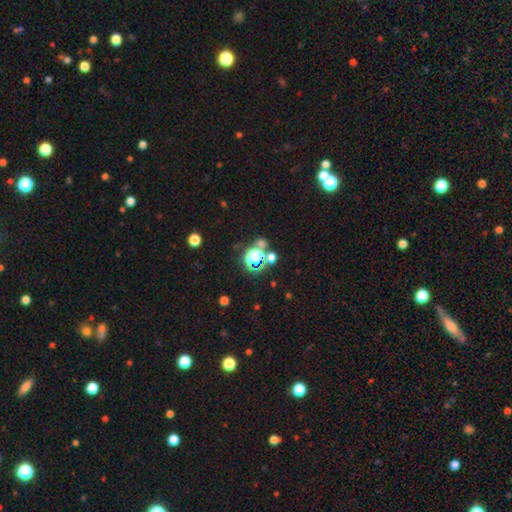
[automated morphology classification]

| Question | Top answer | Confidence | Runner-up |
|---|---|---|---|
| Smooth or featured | star or artifact | 49% | smooth (41%) |